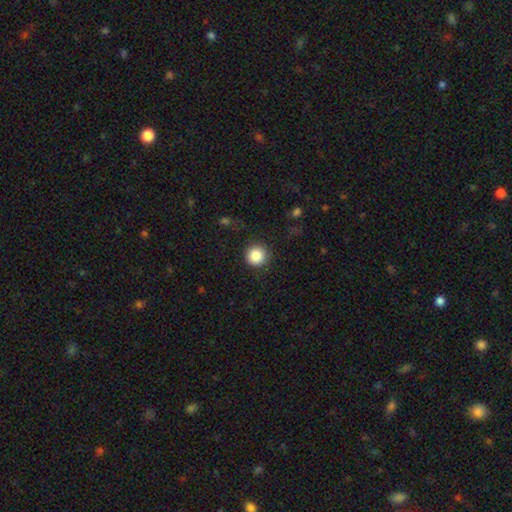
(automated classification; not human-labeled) Smooth or featured? smooth (87%)
How rounded? round (95%)
Merging? none (88%)